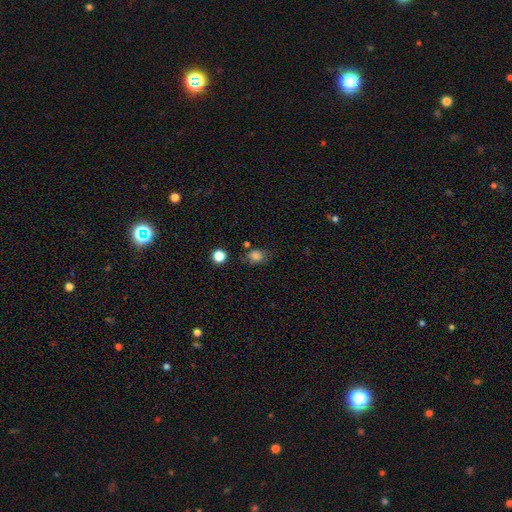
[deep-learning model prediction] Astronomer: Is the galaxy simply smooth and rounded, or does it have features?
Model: smooth — 77%.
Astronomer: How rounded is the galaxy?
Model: in between — 58% (runner-up: round, 40%).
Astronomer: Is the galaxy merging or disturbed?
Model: none — 64%.